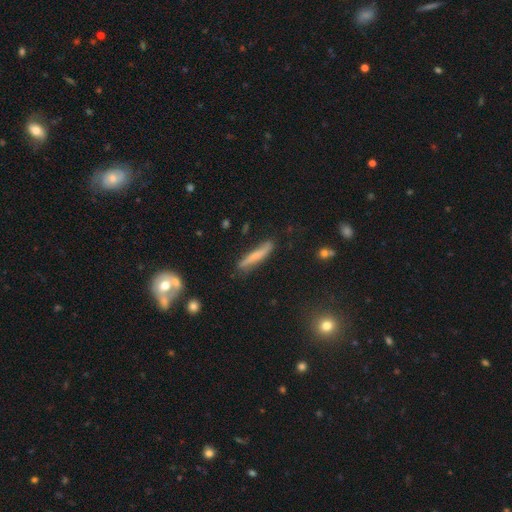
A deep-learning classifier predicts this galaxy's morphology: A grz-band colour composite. It shows a smooth galaxy with no disk features (59%) that is cigar-shaped (92%). Merging: none (72%).